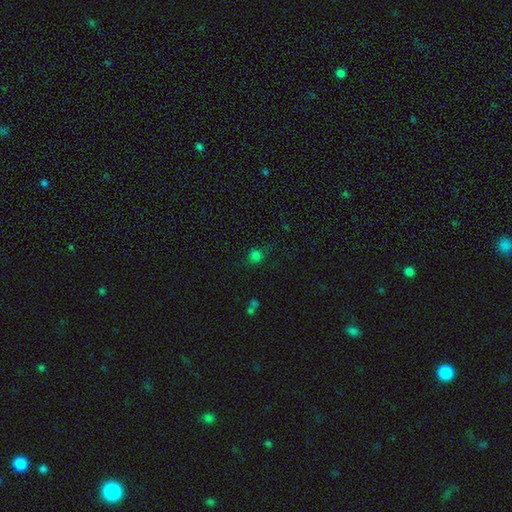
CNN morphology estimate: Overall: smooth (71%). How rounded: round (83%). Merging: none (71%).